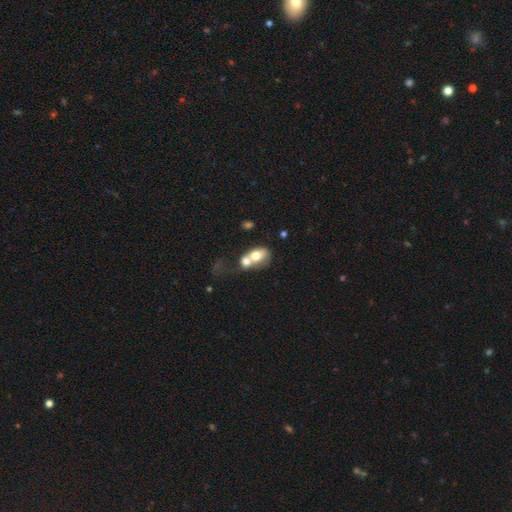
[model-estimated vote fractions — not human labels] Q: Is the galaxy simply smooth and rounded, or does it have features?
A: smooth — 65%.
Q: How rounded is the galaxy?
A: in between — 67%.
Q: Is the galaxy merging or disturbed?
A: merger — 72%.